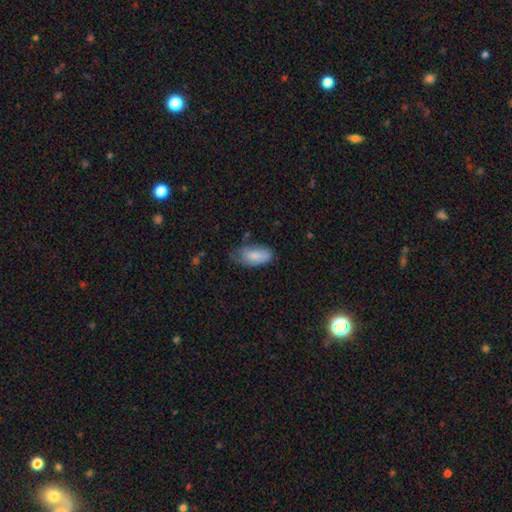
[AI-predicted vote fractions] Smooth or featured? Predicted: smooth (p=0.80). How rounded? Predicted: in between (p=0.91). Merging? Predicted: minor disturbance (p=0.42).